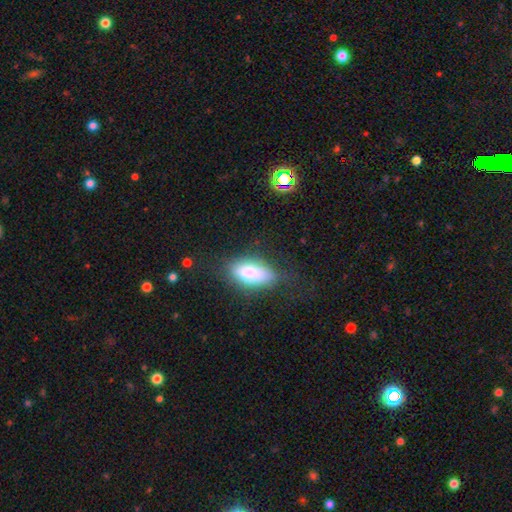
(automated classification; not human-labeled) smooth 73%, featured or disk 16%, star or artifact 11%. Down the decision tree: how rounded — in between (81%); merging — none (69%).